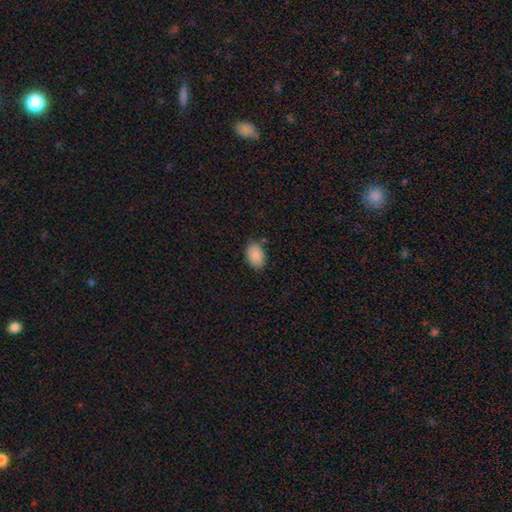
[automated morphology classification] smooth_or_featured: smooth (p=0.89) [alt: star or artifact p=0.07]
how_rounded: in between (p=0.89) [alt: round p=0.10]
merging: none (p=0.80) [alt: minor disturbance p=0.15]